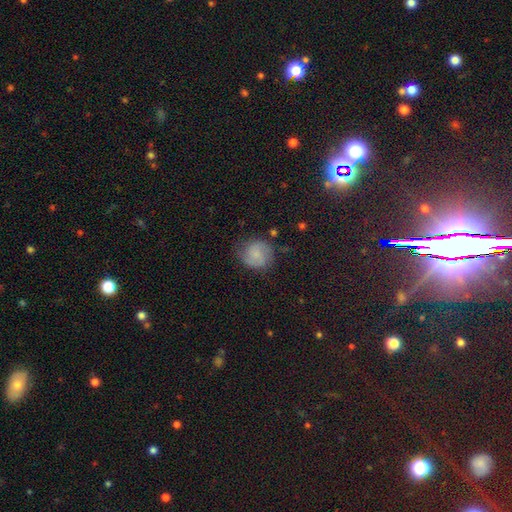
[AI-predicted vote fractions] smooth 55%, featured or disk 35%, star or artifact 9%. Down the decision tree: how rounded — round (84%); merging — none (70%).